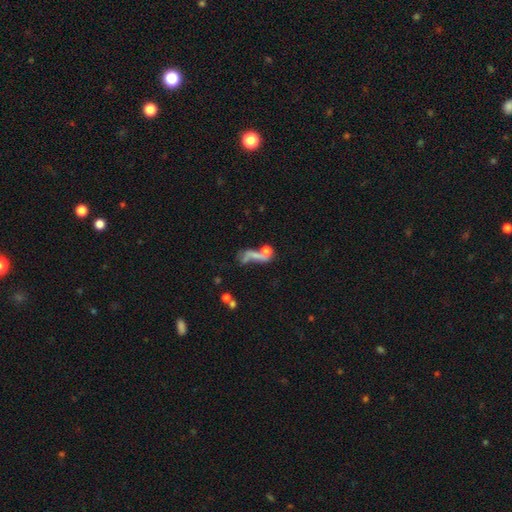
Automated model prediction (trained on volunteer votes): Overall: smooth (47%; featured or disk 35%). Merging: merger (40%; major disturbance 27%).